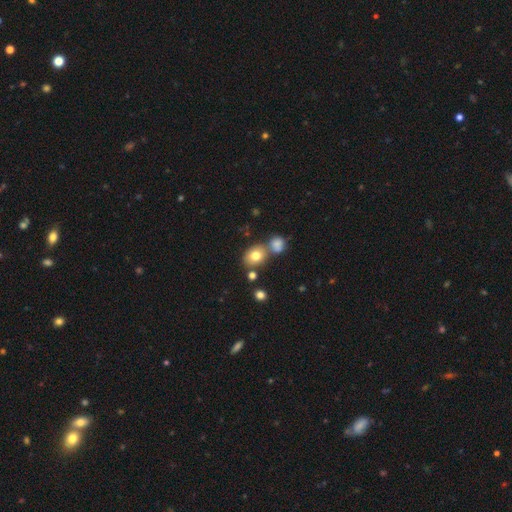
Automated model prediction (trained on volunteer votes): A smooth galaxy with no disk features (77%) that is round (53%).

Vote fractions:
- Smooth or featured? smooth: 77% / featured or disk: 12% / star or artifact: 11%
- How rounded? round: 53% / in between: 46% / cigar-shaped: 1%
- Merging? none: 58% / merger: 26% / minor disturbance: 11% / major disturbance: 4%